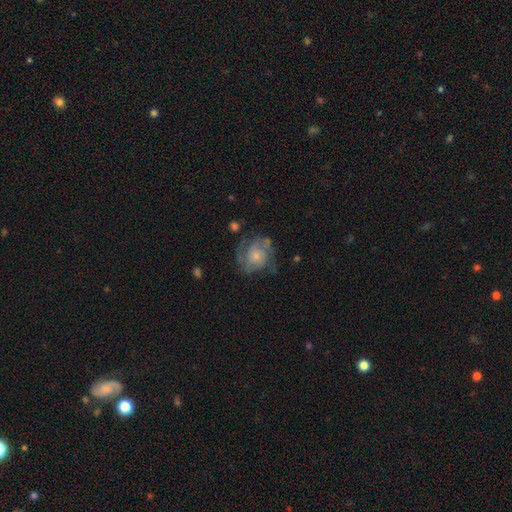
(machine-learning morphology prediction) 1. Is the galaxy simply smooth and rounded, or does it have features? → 69% featured or disk, 25% smooth, 7% star or artifact.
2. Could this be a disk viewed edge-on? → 98% no, 2% yes.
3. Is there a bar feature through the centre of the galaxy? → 79% no, 18% weak, 3% strong.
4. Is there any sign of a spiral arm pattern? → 85% yes, 15% no.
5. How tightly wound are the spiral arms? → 42% medium, 41% tight, 17% loose.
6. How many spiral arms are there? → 41% 2, 28% can't tell, 17% 3, 5% 1, 5% 4, 4% more than 4.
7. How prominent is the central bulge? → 64% small, 27% moderate, 5% none, 3% large, 1% dominant.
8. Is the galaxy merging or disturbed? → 54% none, 25% minor disturbance, 19% major disturbance, 3% merger.